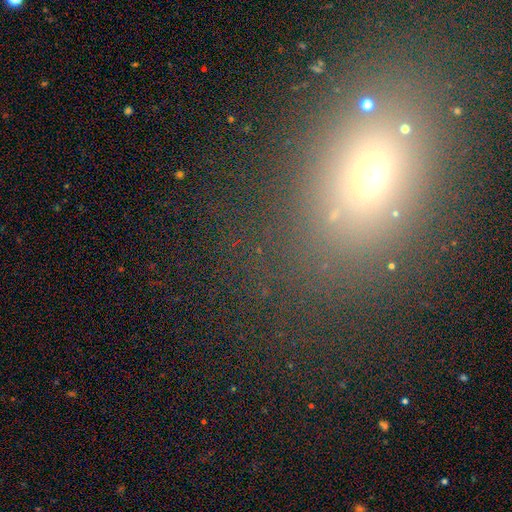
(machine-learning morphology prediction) type=smooth (55%); roundness=in between (57%); merging=none (73%).